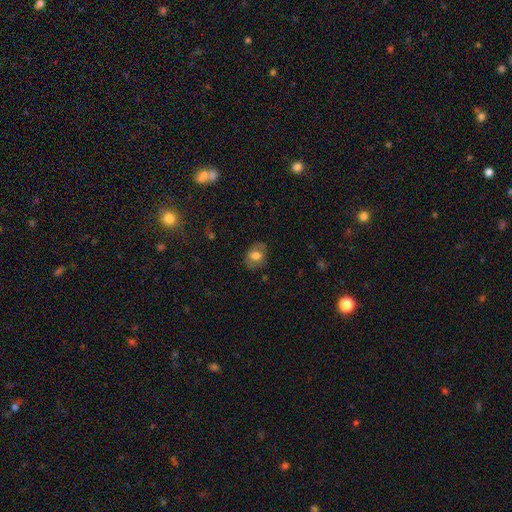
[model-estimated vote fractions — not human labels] Smooth or featured? Predicted: smooth (p=0.65). How rounded? Predicted: in between (p=0.58). Merging? Predicted: none (p=0.75).